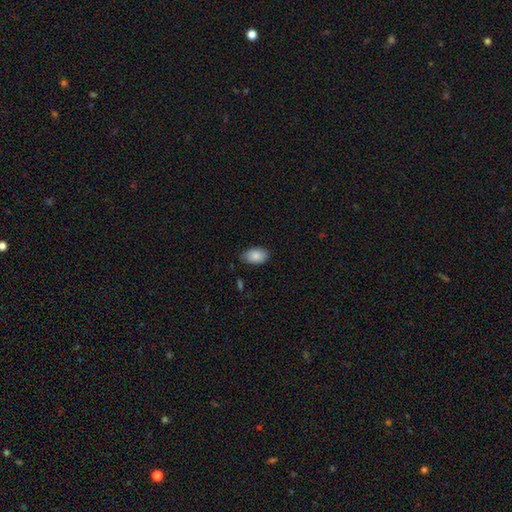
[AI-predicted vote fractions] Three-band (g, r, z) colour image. It shows a smooth galaxy with no disk features (86%) that is in between round and cigar-shaped (91%). Merging: none (75%).